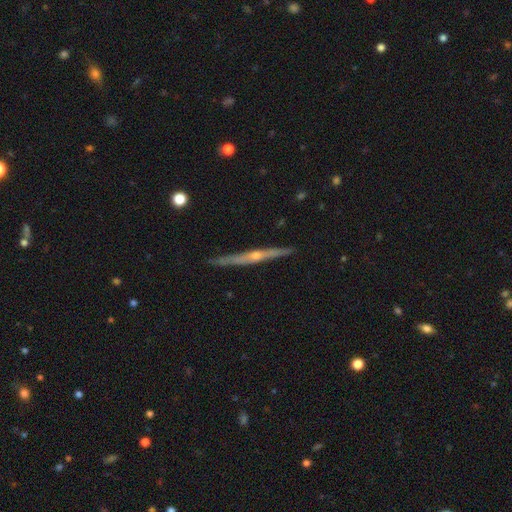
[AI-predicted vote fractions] This is clearly a featured or disk galaxy (81%). It is clearly viewed edge-on (98%). Edge-on bulge: likely rounded (79%). Merging: clearly none (90%).